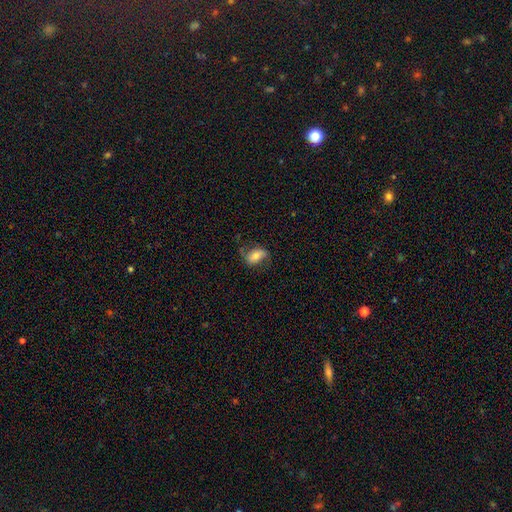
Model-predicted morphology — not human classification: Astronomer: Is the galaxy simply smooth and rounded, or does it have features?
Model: smooth — 53% (runner-up: featured or disk, 38%).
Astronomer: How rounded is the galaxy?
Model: in between — 87%.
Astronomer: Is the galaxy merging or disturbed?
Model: none — 62%.